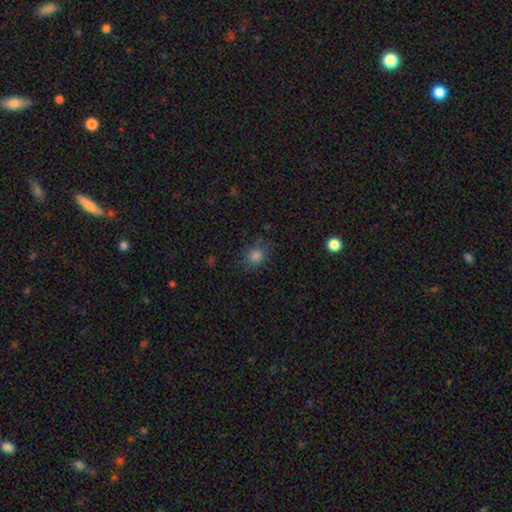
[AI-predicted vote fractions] Overall: smooth (80%). How rounded: round (78%). Merging: none (80%).